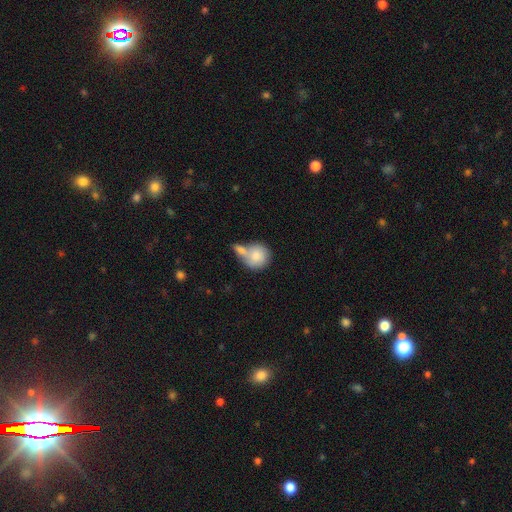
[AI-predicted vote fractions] Q: Smooth or featured?
A: smooth (82%); runner-up: featured or disk (12%)
Q: How rounded?
A: round (86%); runner-up: in between (13%)
Q: Merging?
A: merger (49%); runner-up: none (34%)